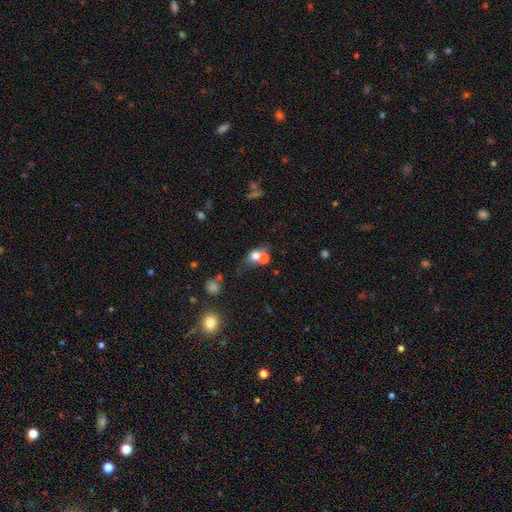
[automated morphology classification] Overall: smooth (67%). How rounded: round (54%; in between 43%). Merging: merger (53%; none 31%).